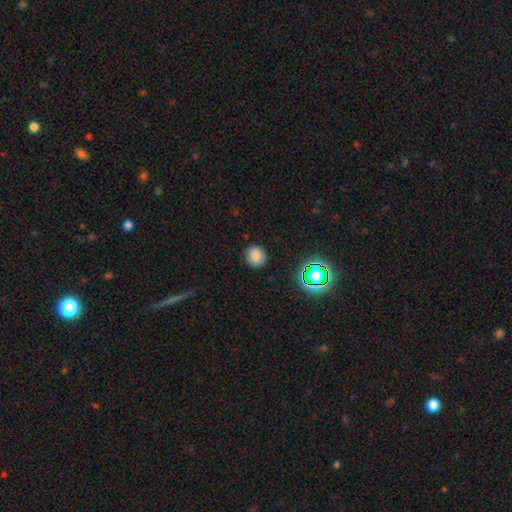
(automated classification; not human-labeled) A smooth galaxy with no disk features (79%) that is round (89%).

Vote fractions:
- Smooth or featured? smooth: 79% / star or artifact: 15% / featured or disk: 6%
- How rounded? round: 89% / in between: 10% / cigar-shaped: 1%
- Merging? none: 89% / minor disturbance: 8% / major disturbance: 2% / merger: 1%